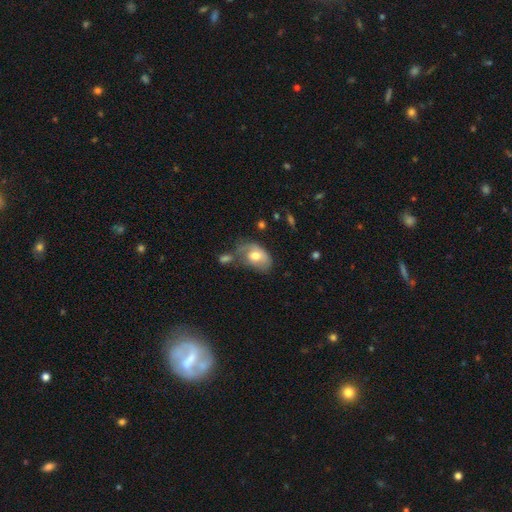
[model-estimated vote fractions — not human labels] A smooth galaxy with no disk features (59%) that is in between round and cigar-shaped (85%). Merging: none (34%).